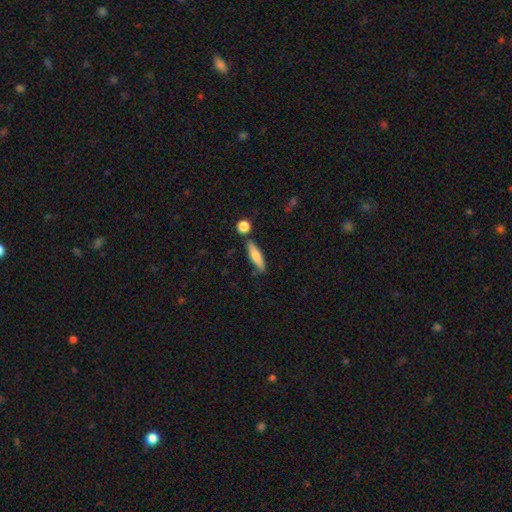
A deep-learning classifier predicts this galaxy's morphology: This appears to be a smooth galaxy with no disk features (68%) that is cigar-shaped (71%). Merging: none (77%).